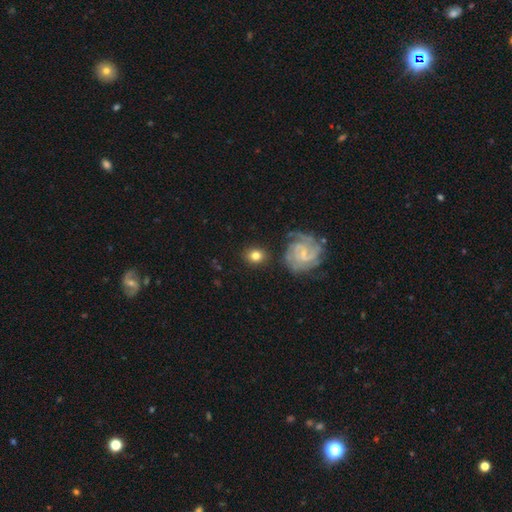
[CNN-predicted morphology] This is likely a smooth galaxy (66%). How rounded: likely round (73%). Merging: clearly none (81%).